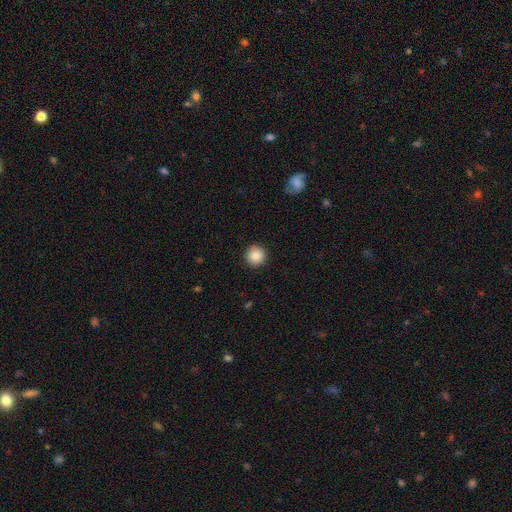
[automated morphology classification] Smooth or featured?
  - smooth: 87% *
  - star or artifact: 9%
  - featured or disk: 4%
How rounded?
  - round: 95% *
  - in between: 4%
  - cigar-shaped: 1%
Merging?
  - none: 92% *
  - minor disturbance: 5%
  - major disturbance: 2%
  - merger: 1%